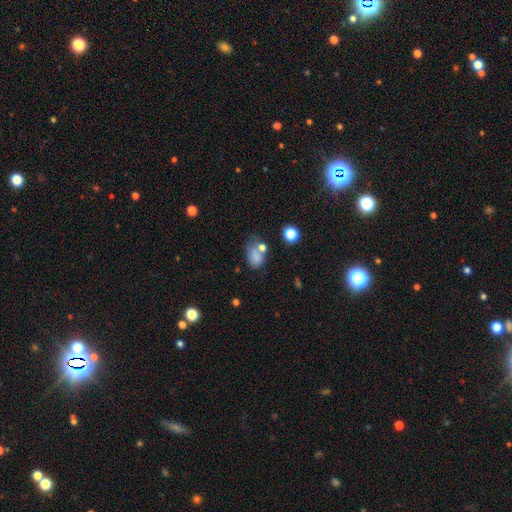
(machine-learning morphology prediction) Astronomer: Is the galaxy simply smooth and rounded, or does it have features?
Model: smooth — 73%.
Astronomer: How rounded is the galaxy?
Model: in between — 76%.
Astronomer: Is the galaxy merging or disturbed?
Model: none — 41% (runner-up: minor disturbance, 24%).